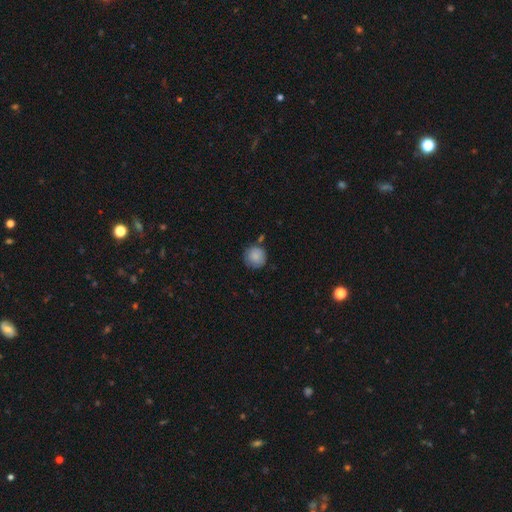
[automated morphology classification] Q: Smooth or featured?
A: smooth (86%); runner-up: star or artifact (7%)
Q: How rounded?
A: round (93%); runner-up: in between (6%)
Q: Merging?
A: none (75%); runner-up: minor disturbance (16%)